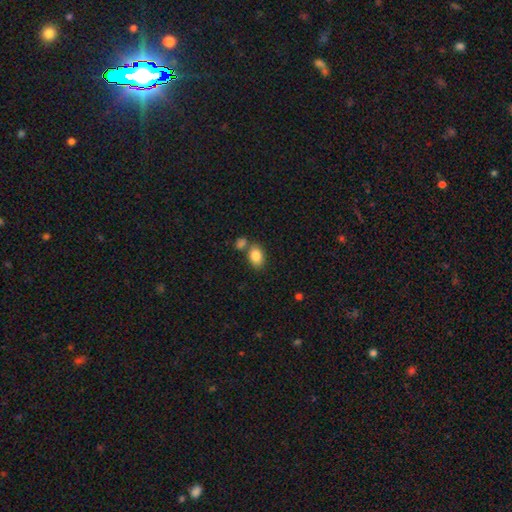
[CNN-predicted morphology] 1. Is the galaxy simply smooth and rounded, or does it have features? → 84% smooth, 8% star or artifact, 8% featured or disk.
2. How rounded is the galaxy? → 82% in between, 16% round, 1% cigar-shaped.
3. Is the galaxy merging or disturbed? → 62% none, 22% merger, 12% minor disturbance, 4% major disturbance.